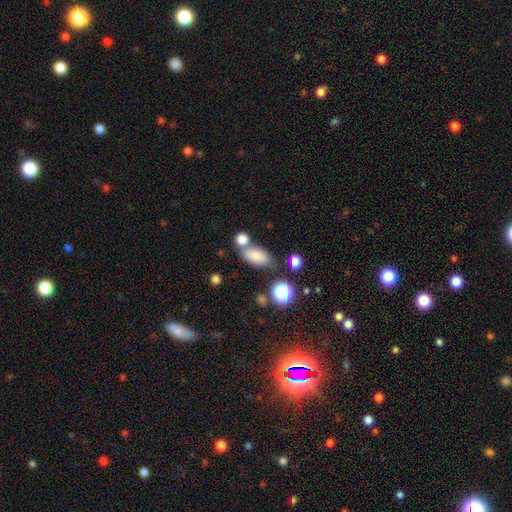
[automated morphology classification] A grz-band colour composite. It shows a smooth galaxy with no disk features (78%) that is in between round and cigar-shaped (87%). Merging: none (56%).